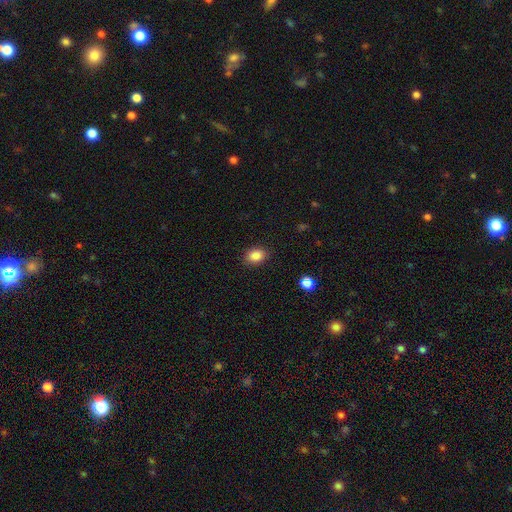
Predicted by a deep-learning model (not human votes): Overall: smooth (85%). How rounded: in between (70%). Merging: none (88%).